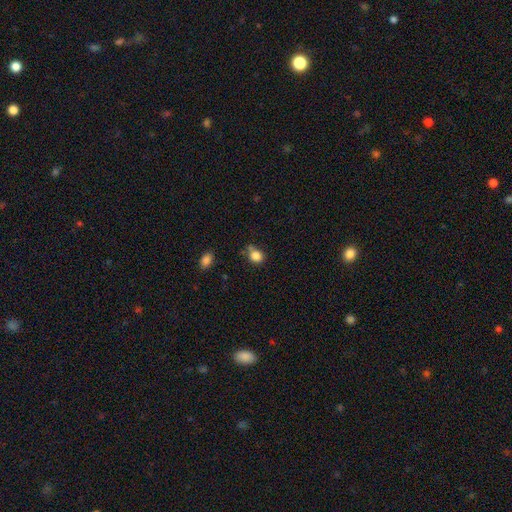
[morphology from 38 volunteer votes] Smooth or featured? smooth (97%)
How rounded? round (65%)
Merging? none (53%)